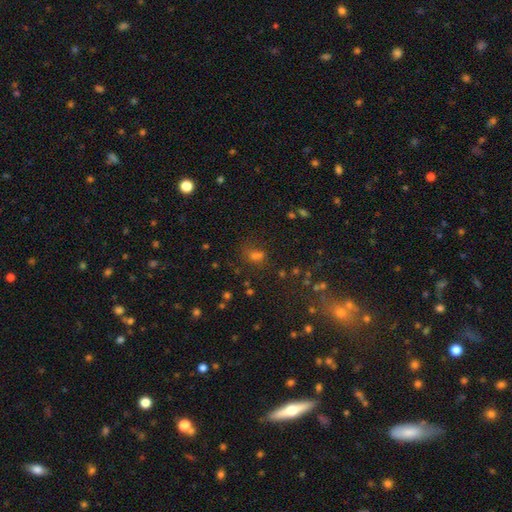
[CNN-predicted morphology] The model was most divided on "smooth or featured": smooth: 56%, star or artifact: 33%, featured or disk: 11%. More confident: how rounded — in between (64%); merging — none (58%).